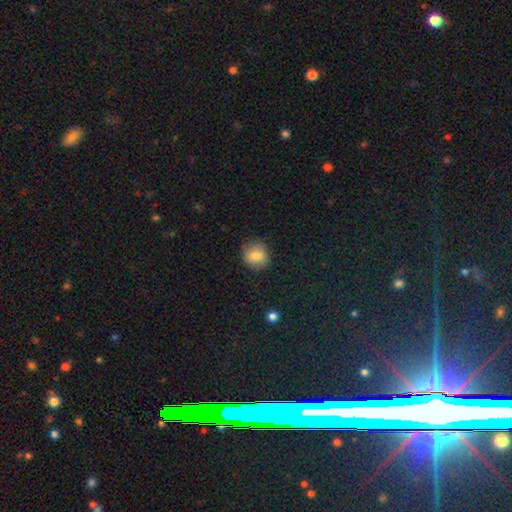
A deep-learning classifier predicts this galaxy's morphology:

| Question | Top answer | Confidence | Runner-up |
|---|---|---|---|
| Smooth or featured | smooth | 78% | featured or disk (12%) |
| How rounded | round | 85% | in between (14%) |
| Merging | none | 80% | minor disturbance (15%) |